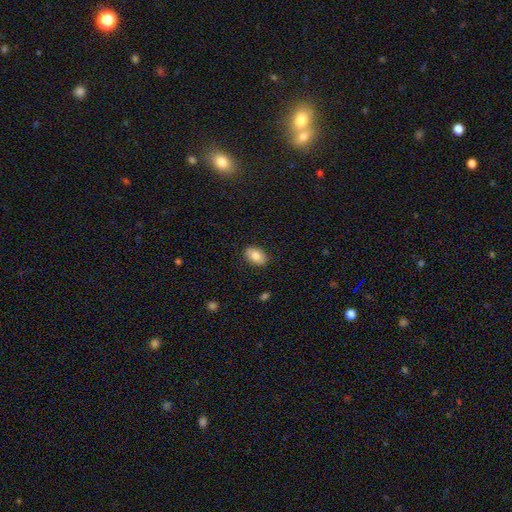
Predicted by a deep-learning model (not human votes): A smooth galaxy with no disk features (81%) that is in between round and cigar-shaped (87%). Merging: none (86%).